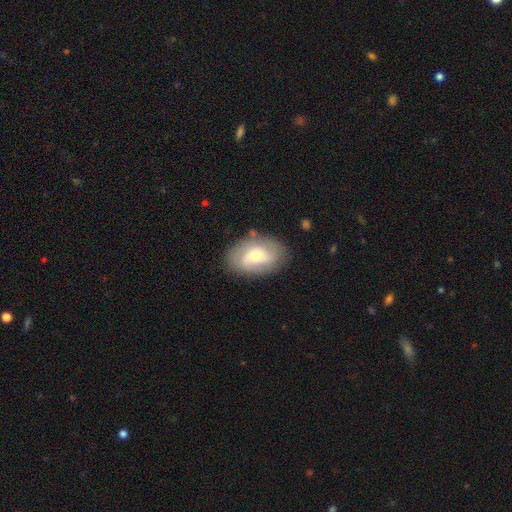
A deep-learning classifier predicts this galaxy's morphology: This is possibly a featured or disk galaxy (56%). It is clearly not viewed edge-on (95%). Bar: possibly no (54%). Spiral arm pattern: likely yes (78%). Central bulge: possibly moderate (52%). Merging: likely none (77%).